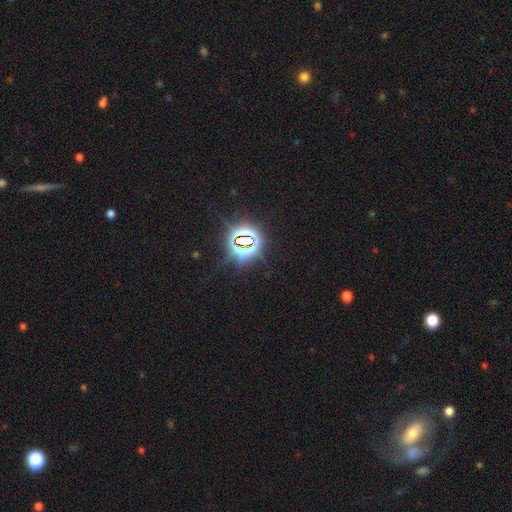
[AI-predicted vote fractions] smooth-or-featured: star or artifact: 81% | smooth: 11% | featured or disk: 7%